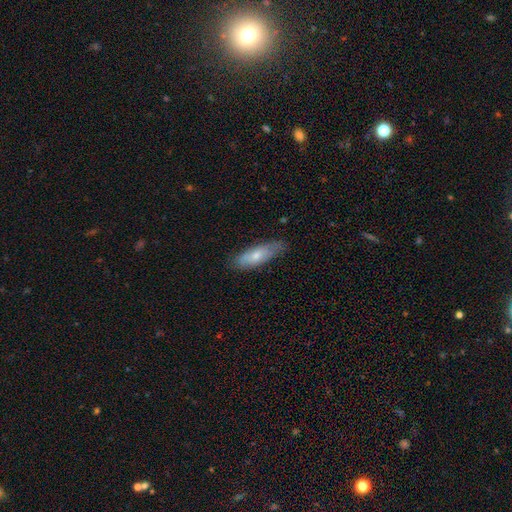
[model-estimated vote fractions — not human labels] Smooth or featured? smooth (68%)
How rounded? in between (57%)
Merging? none (74%)